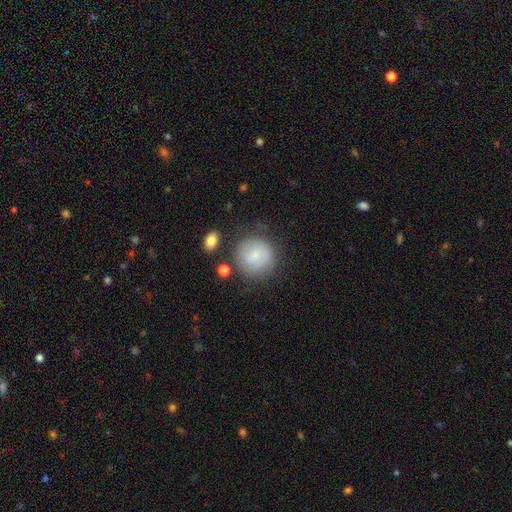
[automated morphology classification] smooth_or_featured: smooth (p=0.73) [alt: featured or disk p=0.20]
how_rounded: round (p=0.92) [alt: in between p=0.07]
merging: none (p=0.76) [alt: minor disturbance p=0.14]